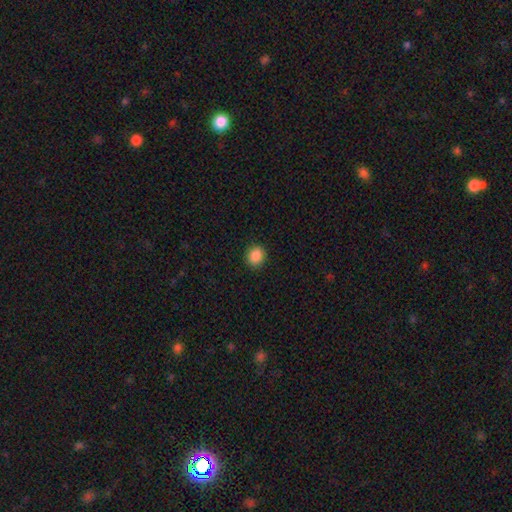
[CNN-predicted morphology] This appears to be a smooth galaxy with no disk features (87%) that is round (74%). Merging: none (91%).